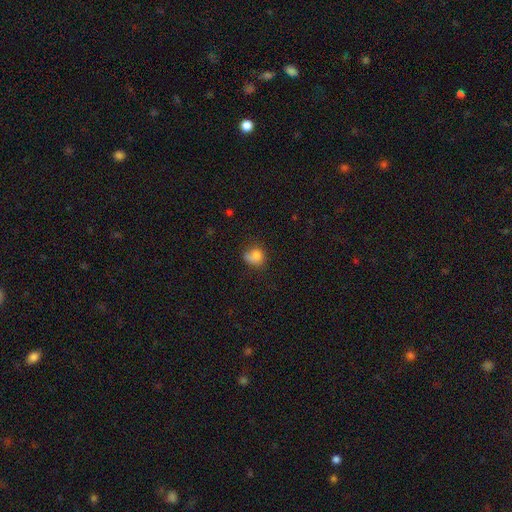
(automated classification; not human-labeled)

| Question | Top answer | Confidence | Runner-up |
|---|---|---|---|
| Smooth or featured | smooth | 77% | featured or disk (12%) |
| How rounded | round | 62% | in between (36%) |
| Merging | none | 44% | minor disturbance (29%) |